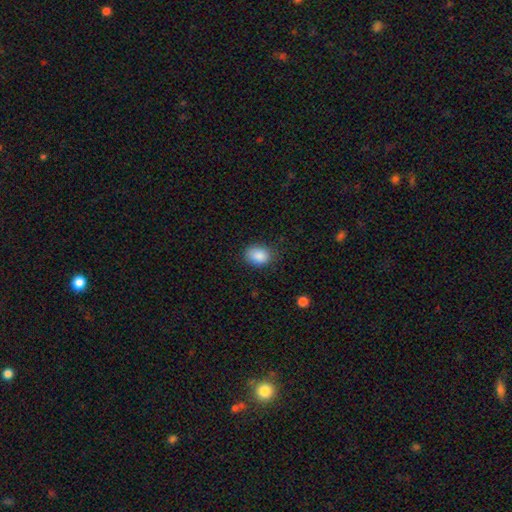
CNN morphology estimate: Q: Smooth or featured?
A: smooth (88%); runner-up: star or artifact (8%)
Q: How rounded?
A: in between (63%); runner-up: round (37%)
Q: Merging?
A: none (79%); runner-up: minor disturbance (16%)